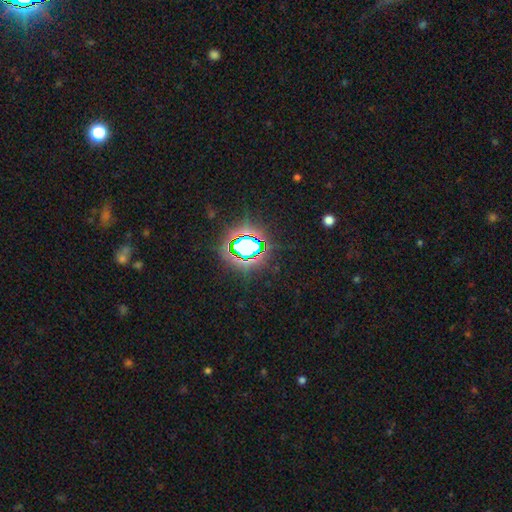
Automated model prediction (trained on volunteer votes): Q: Smooth or featured?
A: star or artifact (74%); runner-up: smooth (16%)